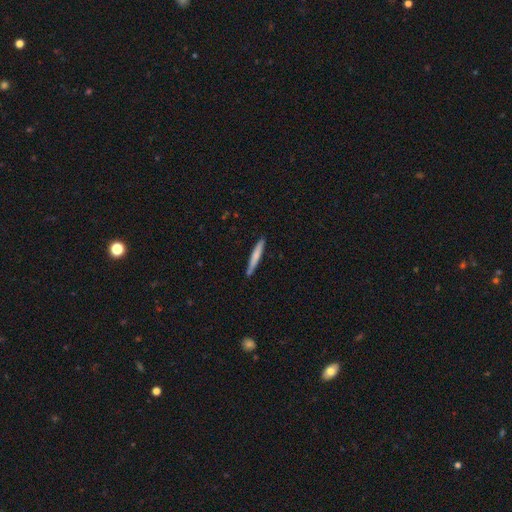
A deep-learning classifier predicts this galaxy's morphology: Smooth or featured? Predicted: smooth (p=0.67). How rounded? Predicted: cigar-shaped (p=0.96). Merging? Predicted: none (p=0.87).